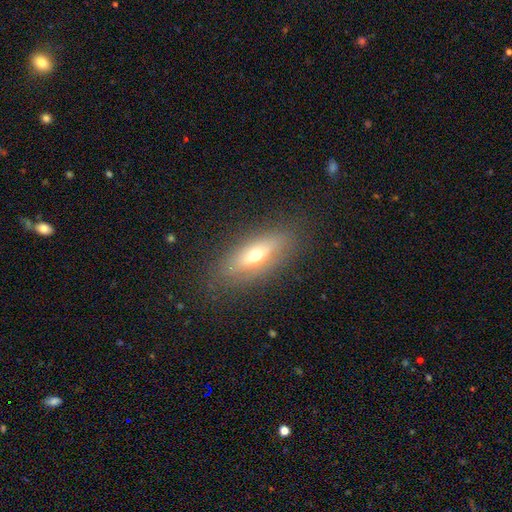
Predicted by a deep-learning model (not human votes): Smooth or featured? smooth (50%)
Merging? none (83%)